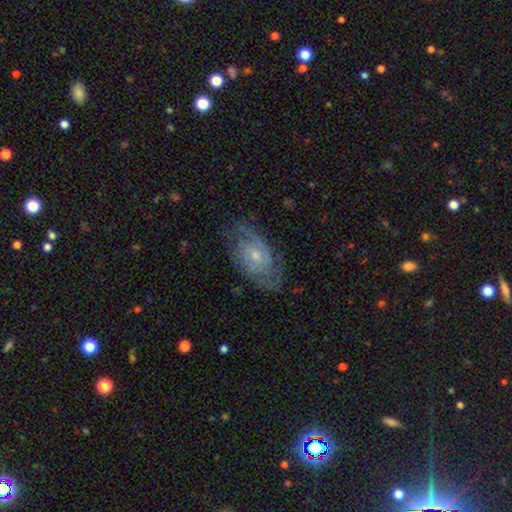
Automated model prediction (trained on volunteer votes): Q: Smooth or featured?
A: featured or disk (73%); runner-up: smooth (21%)
Q: Edge-on disk?
A: no (95%); runner-up: yes (5%)
Q: Bar?
A: no (69%); runner-up: weak (27%)
Q: Spiral arms?
A: yes (88%); runner-up: no (12%)
Q: Spiral winding?
A: tight (46%); runner-up: medium (40%)
Q: Spiral arm count?
A: 2 (46%); runner-up: can't tell (32%)
Q: Bulge size?
A: small (56%); runner-up: moderate (39%)
Q: Merging?
A: none (70%); runner-up: minor disturbance (20%)